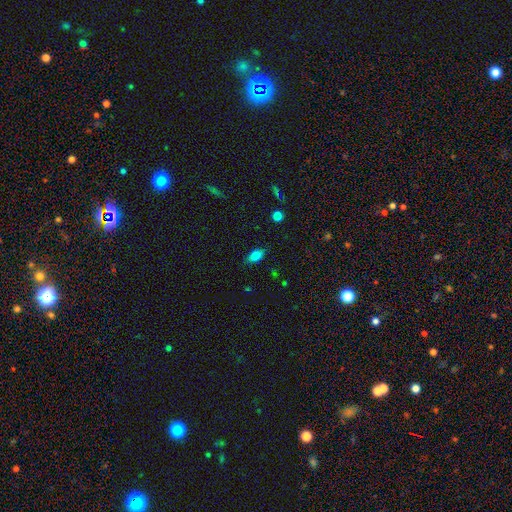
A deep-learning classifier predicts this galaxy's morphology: Smooth or featured? smooth (80%)
How rounded? in between (85%)
Merging? none (83%)